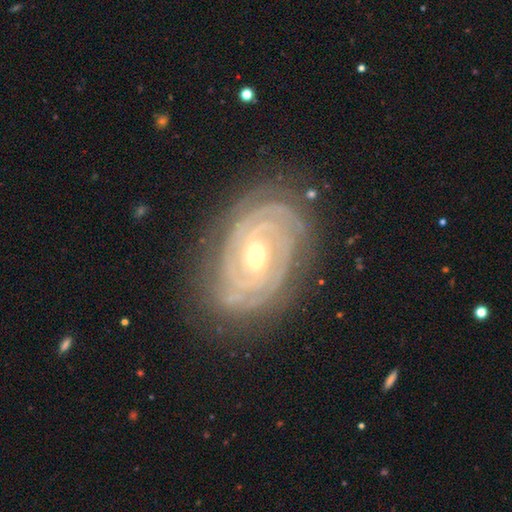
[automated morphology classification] Smooth or featured?
  - featured or disk: 90% *
  - star or artifact: 5%
  - smooth: 5%
Edge-on disk?
  - no: 96% *
  - yes: 4%
Bar?
  - no: 40% *
  - weak: 38%
  - strong: 22%
Spiral arms?
  - yes: 98% *
  - no: 2%
Spiral winding?
  - tight: 86% *
  - medium: 12%
  - loose: 2%
Spiral arm count?
  - 2: 29% *
  - 3: 21%
  - can't tell: 21%
  - 4: 14%
  - more than 4: 9%
  - 1: 6%
Bulge size?
  - moderate: 56% *
  - small: 40%
  - large: 3%
  - none: 1%
  - dominant: 1%
Merging?
  - none: 82% *
  - minor disturbance: 13%
  - major disturbance: 4%
  - merger: 1%